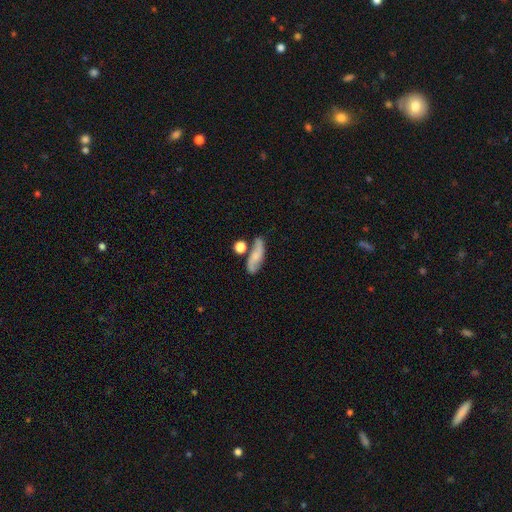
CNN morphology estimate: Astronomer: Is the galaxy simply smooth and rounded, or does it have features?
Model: featured or disk — 49% (runner-up: smooth, 42%).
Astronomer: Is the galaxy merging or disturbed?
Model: none — 59%.